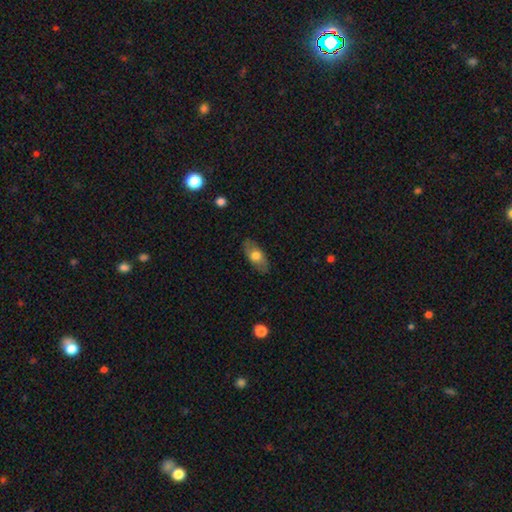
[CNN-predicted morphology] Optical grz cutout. It shows a smooth galaxy with no disk features (65%) that is in between round and cigar-shaped (87%). Merging: none (84%).